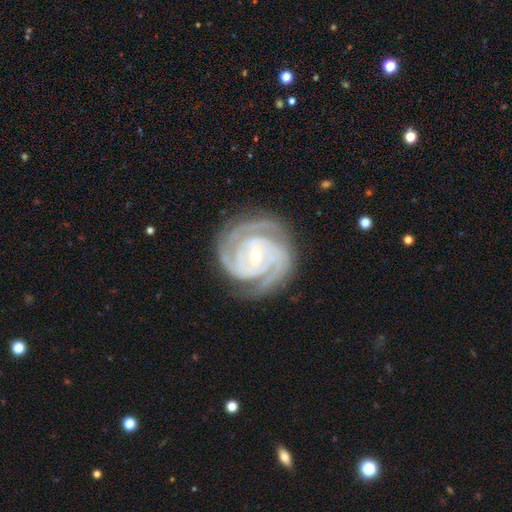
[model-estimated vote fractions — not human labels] Morphology: type=featured or disk (92%); edge-on=no (98%); bar=no (56%); spiral arms=yes (99%); winding=tight (77%); arm count=3 (37%); bulge=small (74%); merging=none (80%).